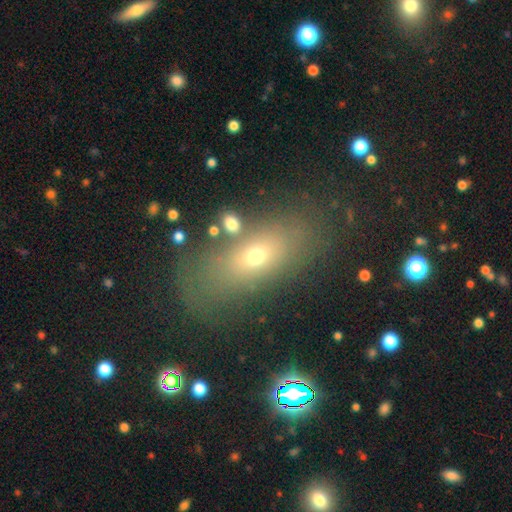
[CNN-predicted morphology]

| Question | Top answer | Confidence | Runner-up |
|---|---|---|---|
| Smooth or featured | smooth | 58% | featured or disk (23%) |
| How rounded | in between | 71% | cigar-shaped (15%) |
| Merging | none | 74% | minor disturbance (13%) |